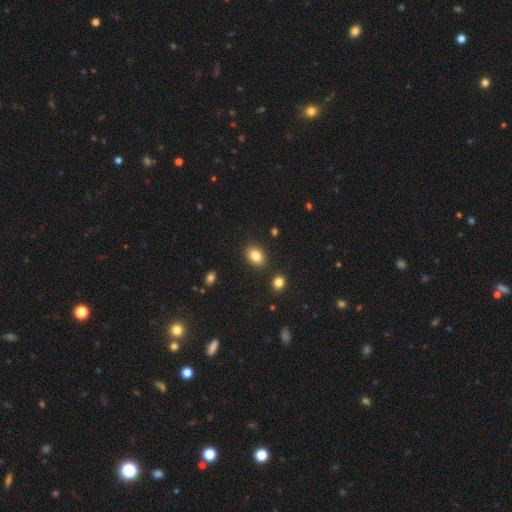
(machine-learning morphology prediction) This is clearly a smooth galaxy (84%). How rounded: likely in between (75%). Merging: clearly none (84%).